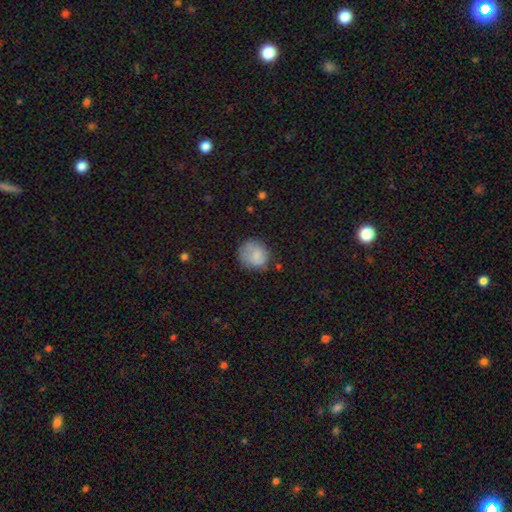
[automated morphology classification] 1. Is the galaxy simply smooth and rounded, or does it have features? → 77% smooth, 14% featured or disk, 9% star or artifact.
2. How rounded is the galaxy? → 81% round, 18% in between, 1% cigar-shaped.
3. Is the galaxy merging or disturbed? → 63% none, 24% minor disturbance, 10% major disturbance, 3% merger.